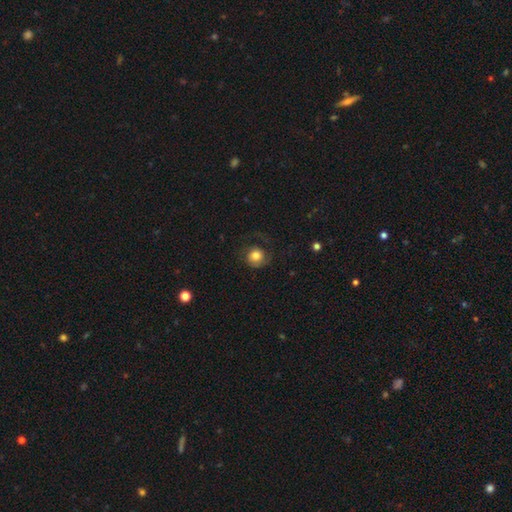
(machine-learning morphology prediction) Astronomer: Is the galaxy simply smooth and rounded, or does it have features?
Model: smooth — 74%.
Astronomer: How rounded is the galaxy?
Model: round — 88%.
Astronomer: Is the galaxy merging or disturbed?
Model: none — 62%.